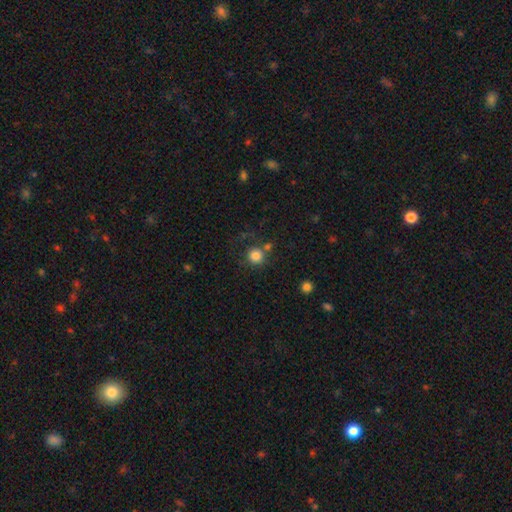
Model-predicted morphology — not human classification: Smooth or featured: smooth — 83% (star or artifact — 11%)
How rounded: round — 93% (in between — 6%)
Merging: none — 69% (merger — 14%)